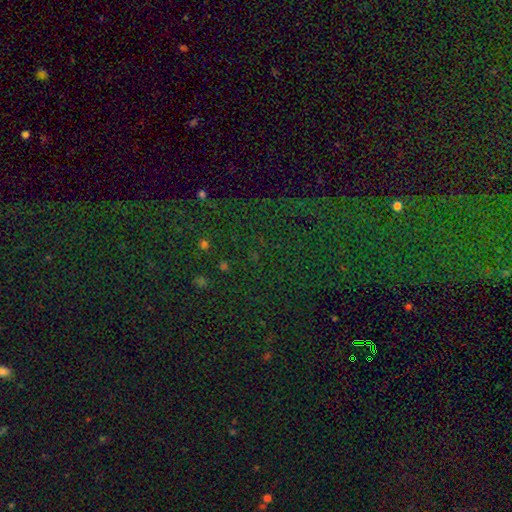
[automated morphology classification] type=star or artifact (80%).